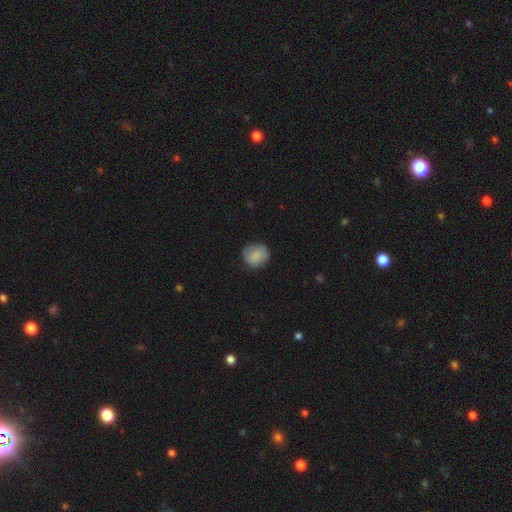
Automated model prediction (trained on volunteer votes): Smooth or featured? Predicted: smooth (p=0.83). How rounded? Predicted: round (p=0.80). Merging? Predicted: none (p=0.75).